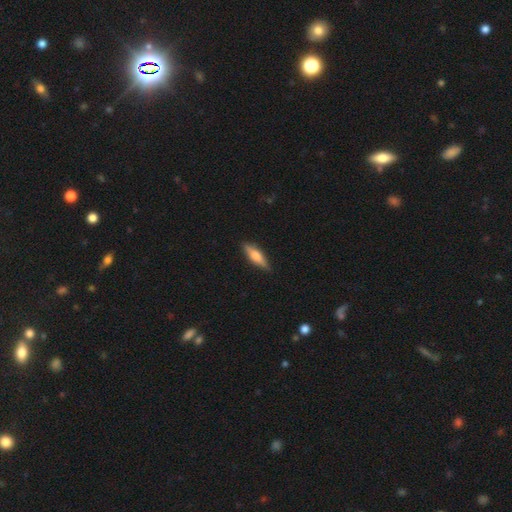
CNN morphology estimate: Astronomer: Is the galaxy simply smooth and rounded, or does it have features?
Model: smooth — 54% (runner-up: featured or disk, 39%).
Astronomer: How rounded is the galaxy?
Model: cigar-shaped — 60% (runner-up: in between, 37%).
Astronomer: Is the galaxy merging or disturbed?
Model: none — 86%.